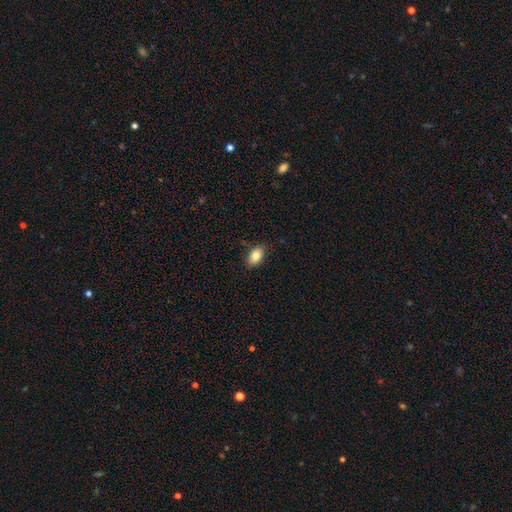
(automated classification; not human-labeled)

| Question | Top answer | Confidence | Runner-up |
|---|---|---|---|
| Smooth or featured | smooth | 83% | featured or disk (9%) |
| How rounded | in between | 90% | round (8%) |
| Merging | none | 85% | minor disturbance (12%) |